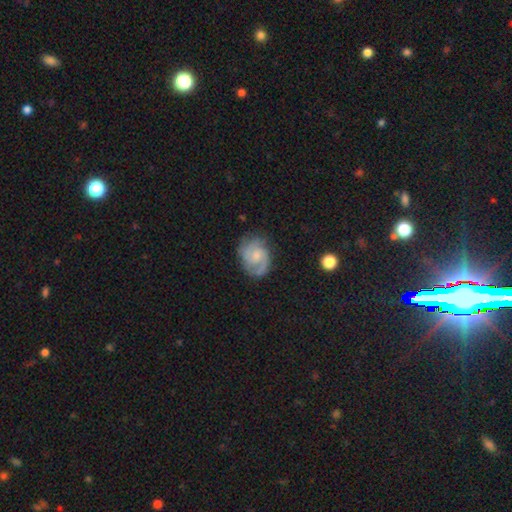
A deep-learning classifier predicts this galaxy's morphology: Q: Smooth or featured?
A: featured or disk (78%); runner-up: smooth (16%)
Q: Edge-on disk?
A: no (98%); runner-up: yes (2%)
Q: Bar?
A: no (56%); runner-up: weak (39%)
Q: Spiral arms?
A: yes (95%); runner-up: no (5%)
Q: Spiral winding?
A: medium (48%); runner-up: tight (38%)
Q: Spiral arm count?
A: 2 (72%); runner-up: can't tell (10%)
Q: Bulge size?
A: small (45%); runner-up: moderate (37%)
Q: Merging?
A: none (73%); runner-up: minor disturbance (19%)